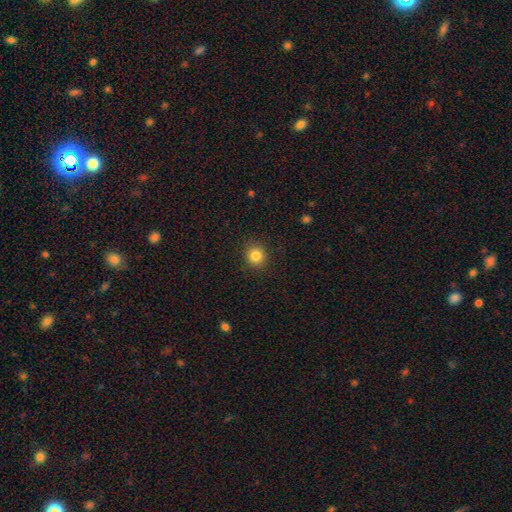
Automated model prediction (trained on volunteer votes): smooth 84%, star or artifact 11%, featured or disk 5%. Down the decision tree: how rounded — round (91%); merging — none (91%).